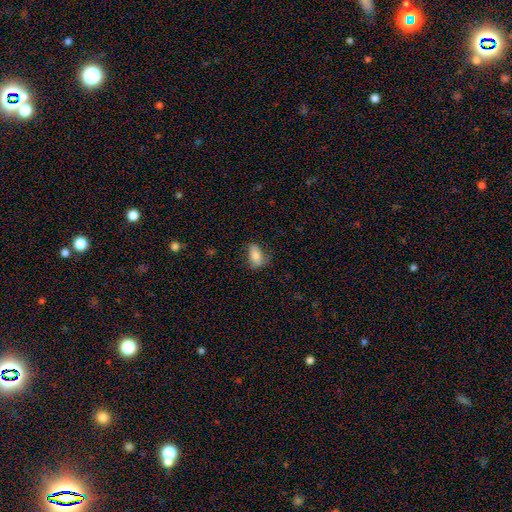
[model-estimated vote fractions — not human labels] Smooth or featured? Predicted: smooth (p=0.78). How rounded? Predicted: in between (p=0.86). Merging? Predicted: none (p=0.63).